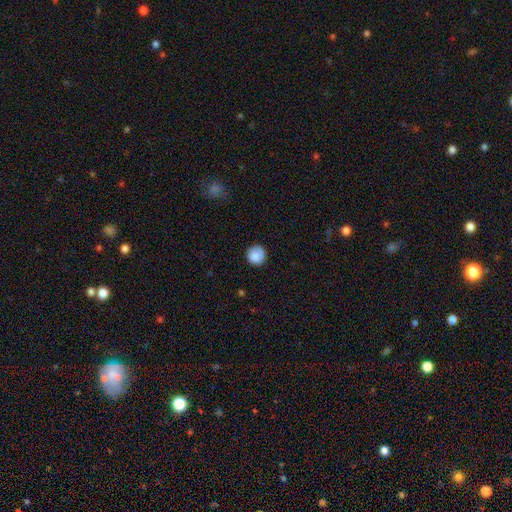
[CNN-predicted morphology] A smooth galaxy with no disk features (86%) that is round (94%). Merging: none (84%).